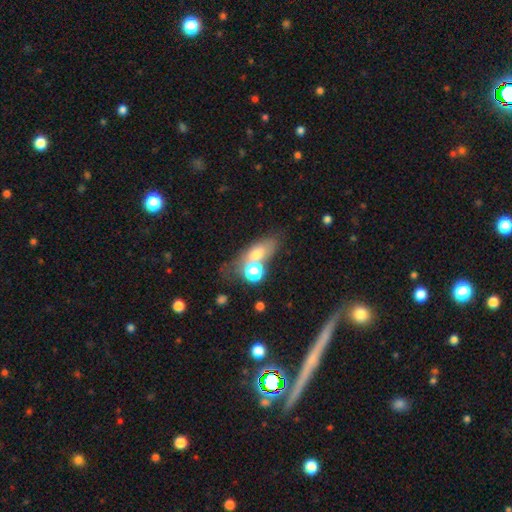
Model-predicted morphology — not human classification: Q: Smooth or featured?
A: smooth (64%); runner-up: featured or disk (22%)
Q: How rounded?
A: in between (66%); runner-up: round (21%)
Q: Merging?
A: none (38%); runner-up: merger (34%)